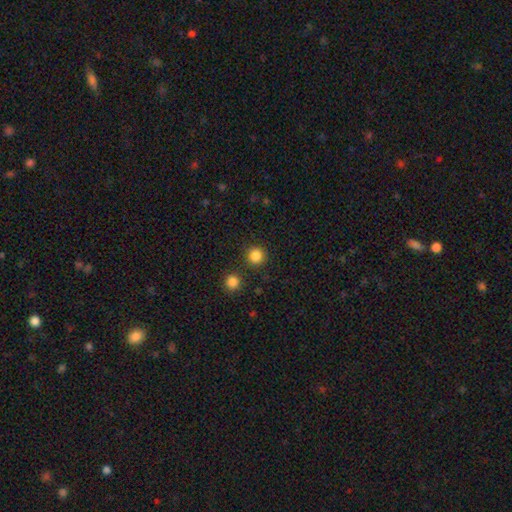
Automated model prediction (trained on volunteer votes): This appears to be a smooth galaxy with no disk features (84%) that is round (94%). Merging: none (87%).